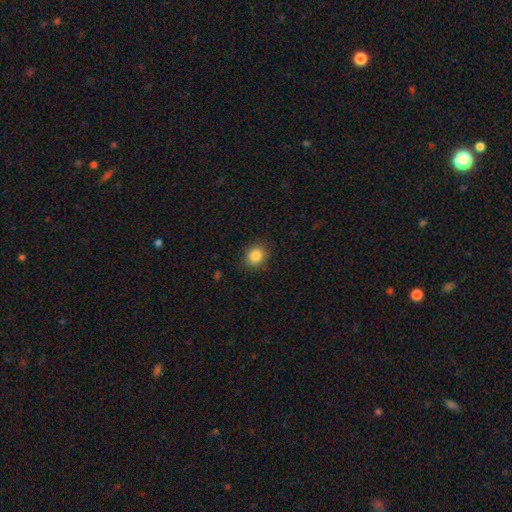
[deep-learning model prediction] smooth_or_featured: smooth (p=0.85) [alt: star or artifact p=0.10]
how_rounded: round (p=0.73) [alt: in between p=0.27]
merging: none (p=0.87) [alt: minor disturbance p=0.09]